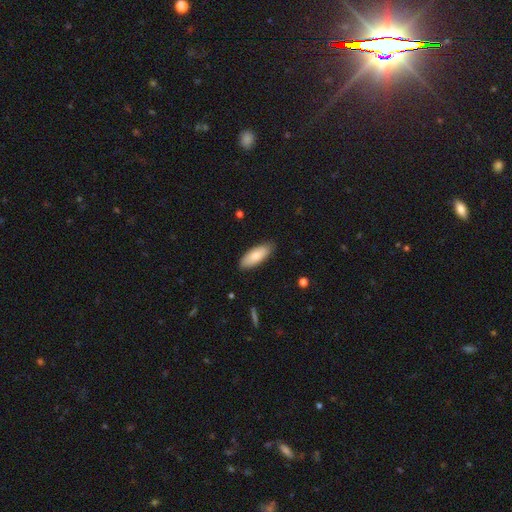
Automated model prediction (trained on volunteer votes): smooth_or_featured: smooth (p=0.80) [alt: featured or disk p=0.14]
how_rounded: in between (p=0.77) [alt: cigar-shaped p=0.21]
merging: none (p=0.85) [alt: minor disturbance p=0.12]